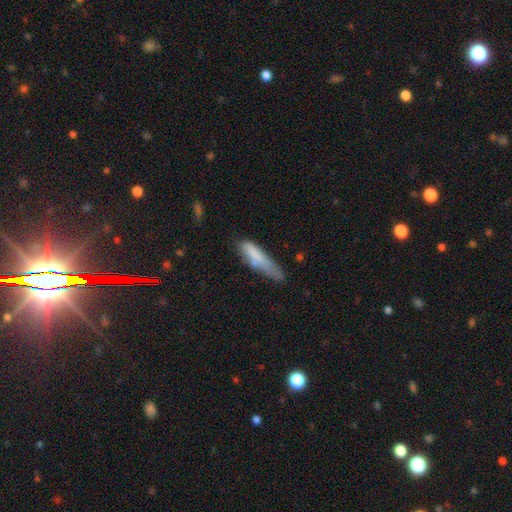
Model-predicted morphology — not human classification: Smooth or featured? smooth (74%)
How rounded? cigar-shaped (73%)
Merging? minor disturbance (37%, tied with none)